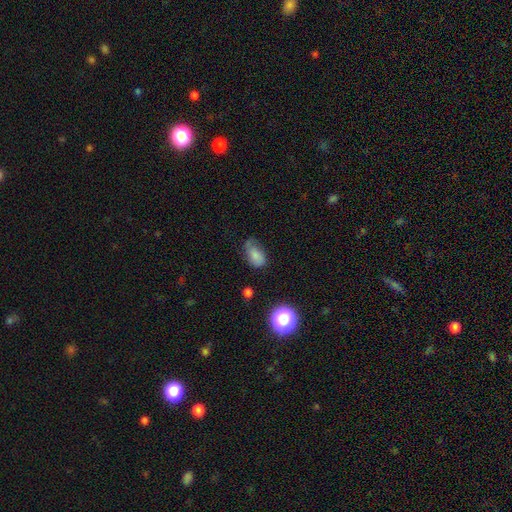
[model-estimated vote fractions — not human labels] smooth 76%, featured or disk 13%, star or artifact 12%. Down the decision tree: how rounded — in between (88%); merging — none (44%).